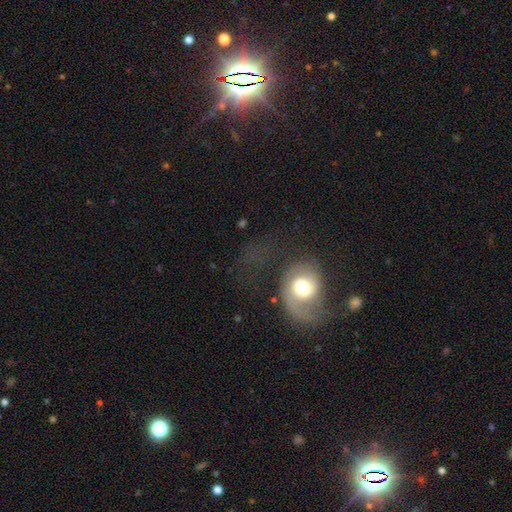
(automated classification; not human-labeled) This appears to be a featured or disk galaxy (53%) with no bar (74%), spiral arms (72%) and a moderate central bulge (61%). Merging: major disturbance (40%).